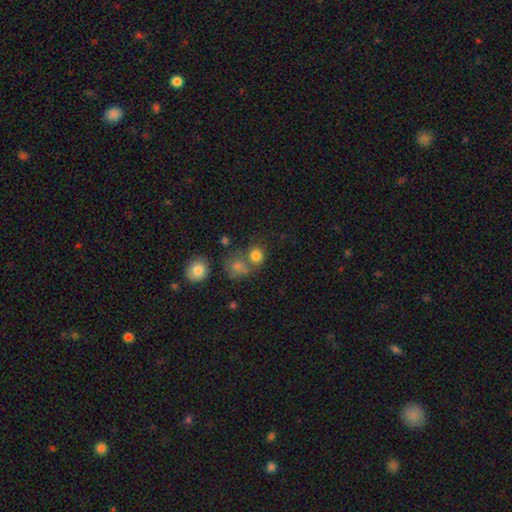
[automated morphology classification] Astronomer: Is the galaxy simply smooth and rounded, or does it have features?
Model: smooth — 79%.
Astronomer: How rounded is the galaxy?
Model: round — 77%.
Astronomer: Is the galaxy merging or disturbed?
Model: none — 54% (runner-up: merger, 30%).